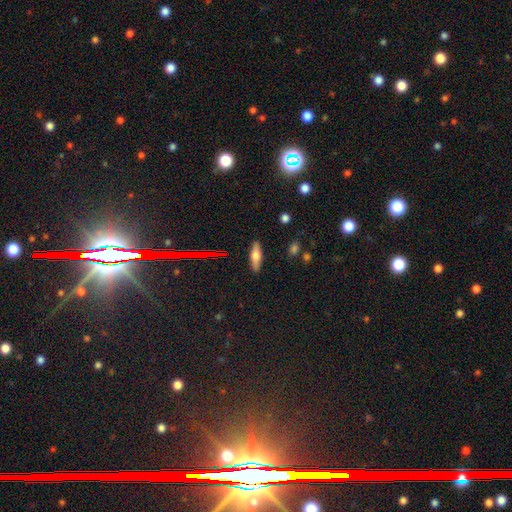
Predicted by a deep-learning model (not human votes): This is possibly a smooth galaxy (56%). How rounded: possibly cigar-shaped (56%). Merging: clearly none (88%).